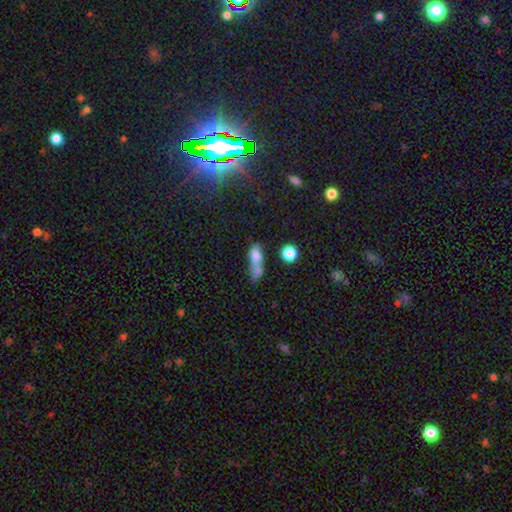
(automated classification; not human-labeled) This appears to be a smooth galaxy with no disk features (68%) that is in between round and cigar-shaped (58%). Merging: merger (47%).